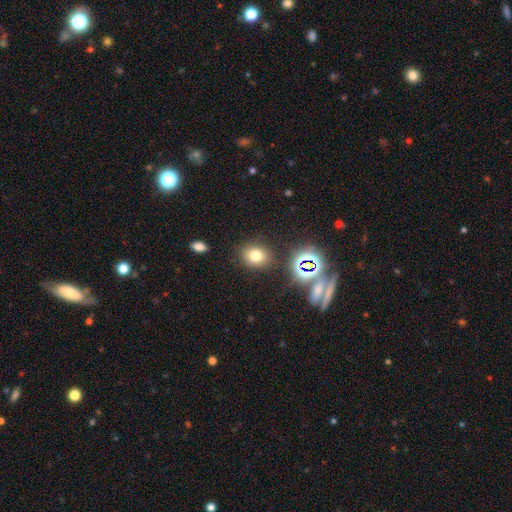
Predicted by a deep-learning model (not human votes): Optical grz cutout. It shows a smooth galaxy with no disk features (72%) that is round (57%). Merging: none (83%).